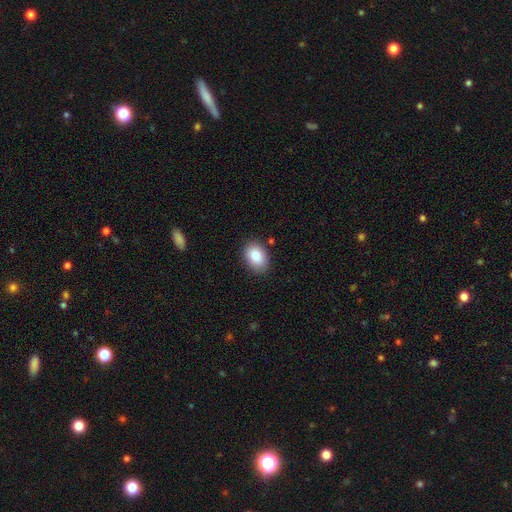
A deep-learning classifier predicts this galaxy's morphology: The model was most divided on "how rounded": in between: 77%, round: 22%, cigar-shaped: 1%. More confident: smooth or featured — smooth (85%); merging — none (84%).